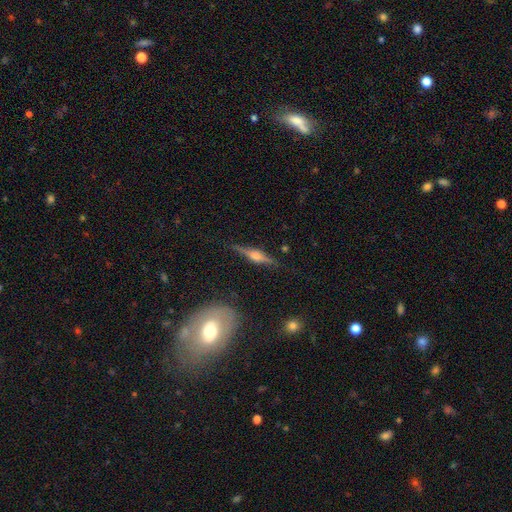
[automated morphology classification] featured or disk 77%, smooth 17%, star or artifact 7%. Down the decision tree: edge-on disk — yes (97%); edge-on bulge — rounded (88%); merging — none (85%).